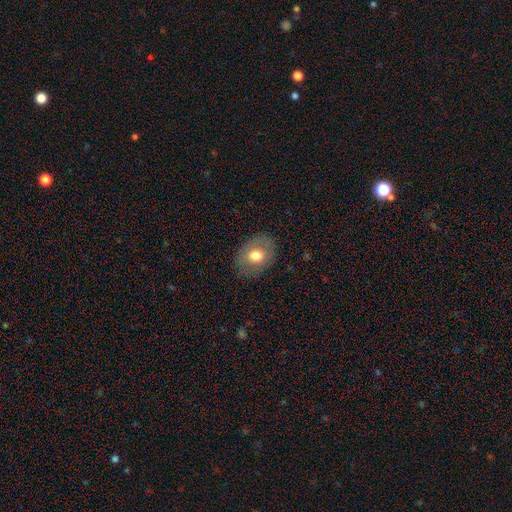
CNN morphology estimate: Smooth or featured: smooth — 70% (featured or disk — 22%)
How rounded: in between — 61% (round — 38%)
Merging: none — 83% (minor disturbance — 12%)